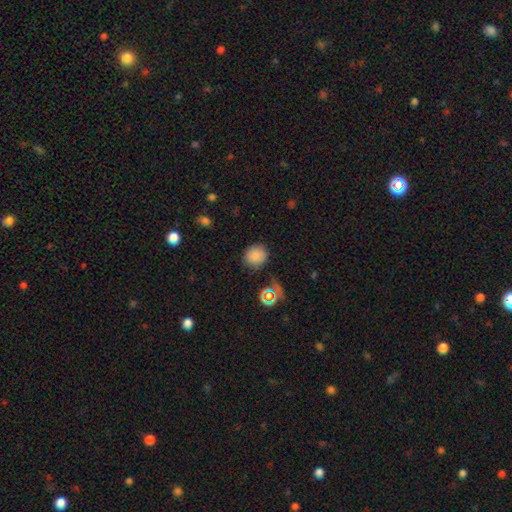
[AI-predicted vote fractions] Morphology: type=smooth (81%); roundness=round (87%); merging=none (81%).